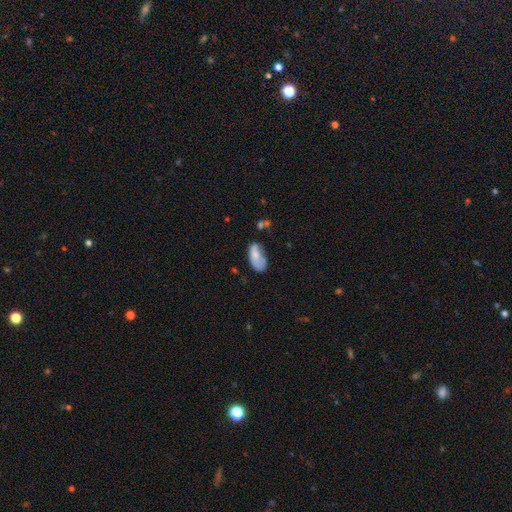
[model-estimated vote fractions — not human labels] Smooth or featured: smooth — 73% (featured or disk — 20%)
How rounded: in between — 92% (cigar-shaped — 5%)
Merging: none — 35% (minor disturbance — 33%)